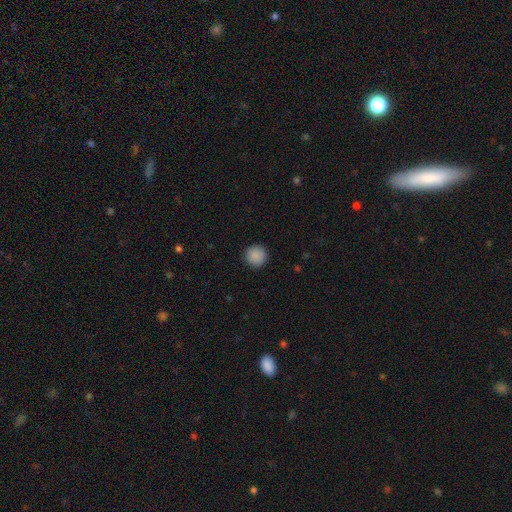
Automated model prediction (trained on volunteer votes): Smooth or featured: smooth — 89% (star or artifact — 8%)
How rounded: round — 95% (in between — 4%)
Merging: none — 92% (minor disturbance — 5%)